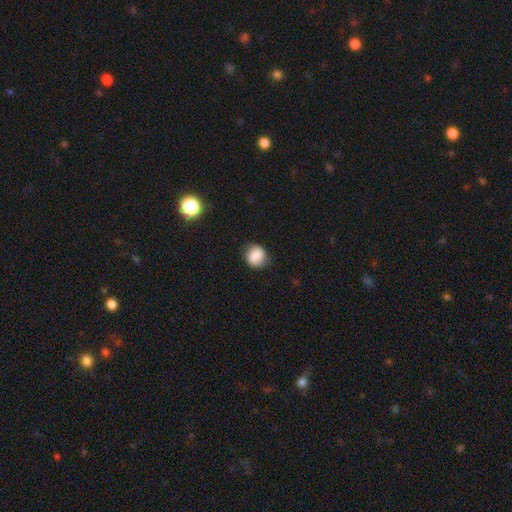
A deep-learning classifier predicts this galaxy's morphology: Q: Smooth or featured?
A: smooth (83%); runner-up: star or artifact (9%)
Q: How rounded?
A: round (79%); runner-up: in between (20%)
Q: Merging?
A: none (78%); runner-up: minor disturbance (16%)